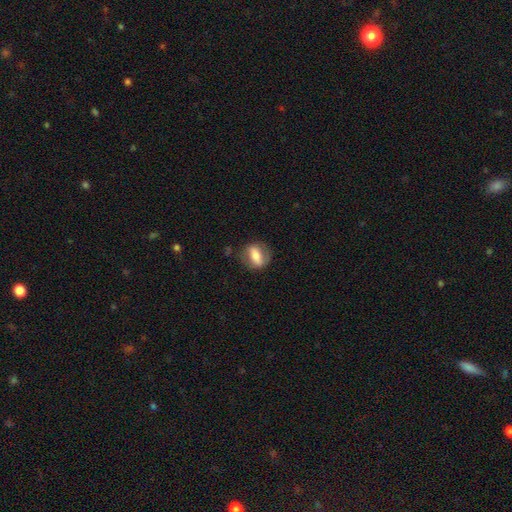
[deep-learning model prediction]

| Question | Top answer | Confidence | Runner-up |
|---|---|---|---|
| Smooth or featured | smooth | 48% | featured or disk (45%) |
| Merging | none | 74% | minor disturbance (16%) |